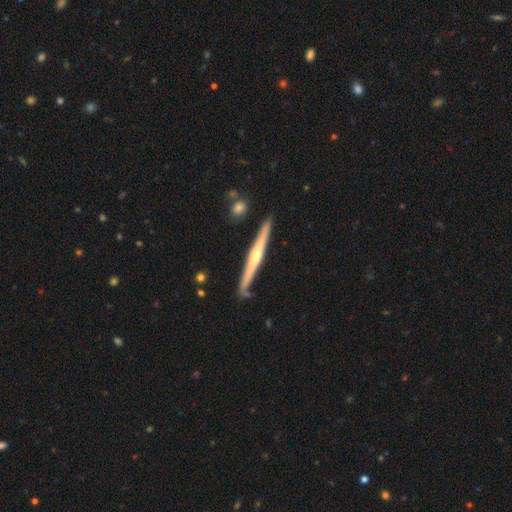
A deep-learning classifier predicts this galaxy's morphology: smooth-or-featured: featured or disk: 73% | smooth: 22% | star or artifact: 5%
  disk-edge-on: yes: 97% | no: 3%
    edge-on-bulge: rounded: 74% | none: 20% | boxy: 6%
  merging: none: 86% | minor disturbance: 10% | merger: 3% | major disturbance: 2%